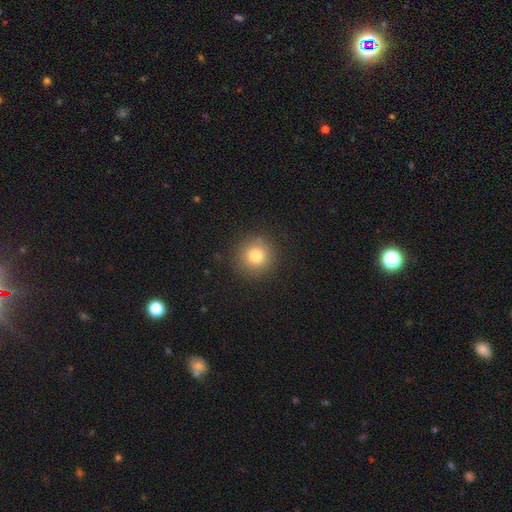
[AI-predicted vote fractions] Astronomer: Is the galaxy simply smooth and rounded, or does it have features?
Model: smooth — 80%.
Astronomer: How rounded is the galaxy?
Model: round — 94%.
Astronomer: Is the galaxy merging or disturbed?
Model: none — 89%.